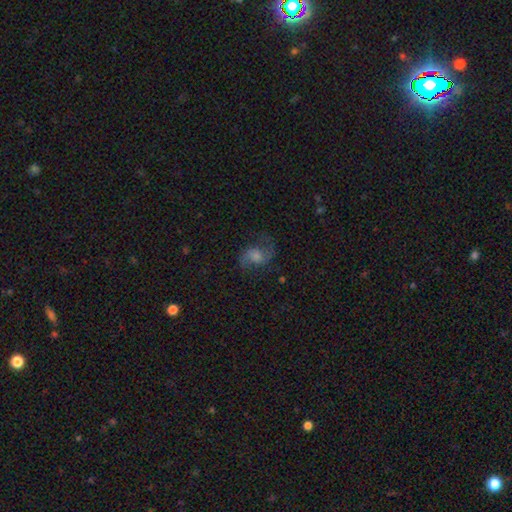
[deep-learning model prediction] Smooth or featured? Predicted: featured or disk (p=0.73). Edge-on disk? Predicted: no (p=0.97). Bar? Predicted: no (p=0.51). Spiral arms? Predicted: yes (p=0.95). Spiral winding? Predicted: loose (p=0.47). Spiral arm count? Predicted: 2 (p=0.90). Bulge size? Predicted: moderate (p=0.41). Merging? Predicted: none (p=0.73).